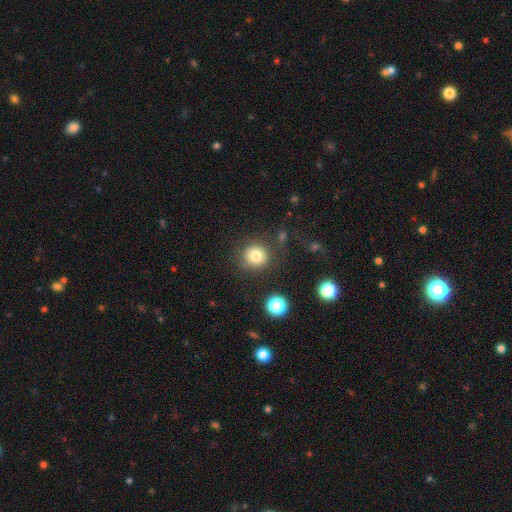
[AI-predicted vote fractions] The model was most divided on "smooth or featured": smooth: 81%, star or artifact: 12%, featured or disk: 7%. More confident: how rounded — round (92%); merging — none (81%).